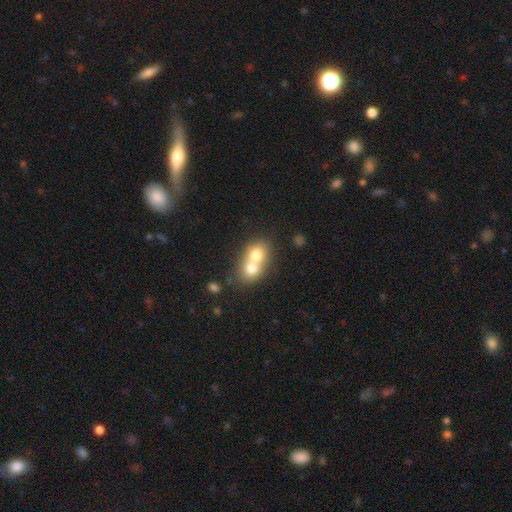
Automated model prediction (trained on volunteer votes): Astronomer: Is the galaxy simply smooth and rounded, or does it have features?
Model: smooth — 70%.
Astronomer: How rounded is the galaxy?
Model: round — 61% (runner-up: in between, 38%).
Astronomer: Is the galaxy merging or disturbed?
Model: merger — 75%.